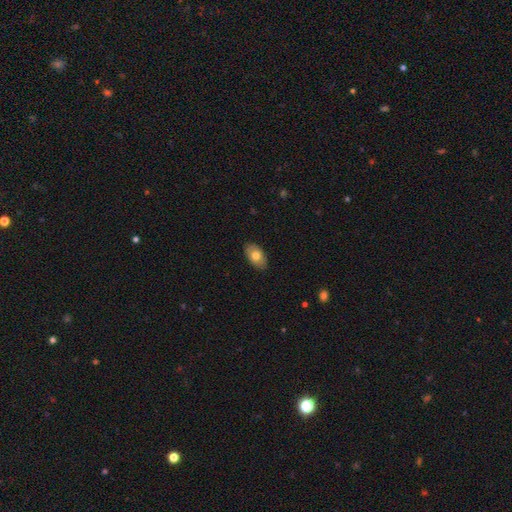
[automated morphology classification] The model was most divided on "smooth or featured": smooth: 74%, featured or disk: 20%, star or artifact: 7%. More confident: how rounded — in between (92%); merging — none (86%).